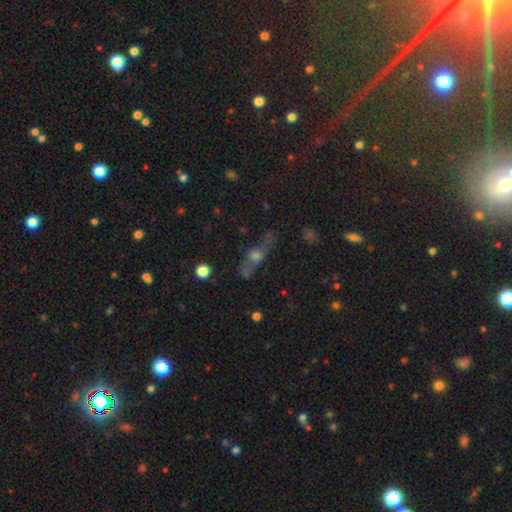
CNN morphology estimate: smooth-or-featured: featured or disk: 44% | smooth: 41% | star or artifact: 15%
  merging: none: 60% | minor disturbance: 21% | major disturbance: 13% | merger: 6%